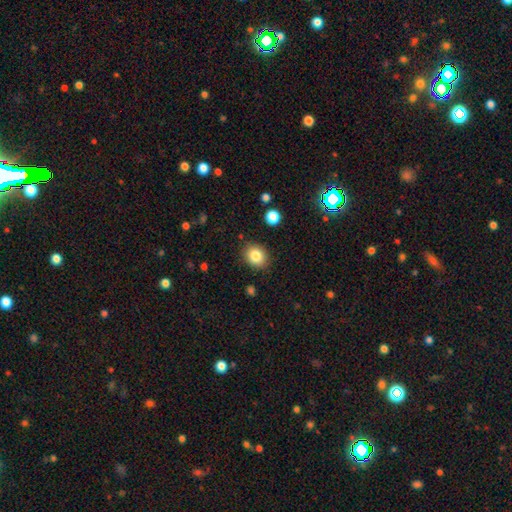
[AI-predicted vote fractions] The model was most divided on "how rounded": round: 61%, in between: 38%, cigar-shaped: 1%. More confident: merging — none (87%); smooth or featured — smooth (83%).